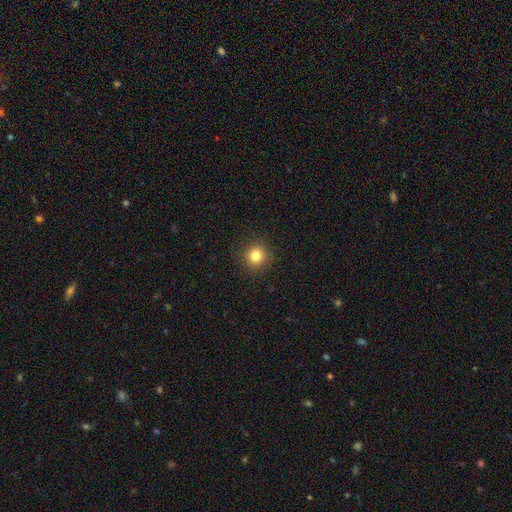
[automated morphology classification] Smooth or featured: smooth — 82% (star or artifact — 12%)
How rounded: round — 93% (in between — 6%)
Merging: none — 91% (minor disturbance — 6%)